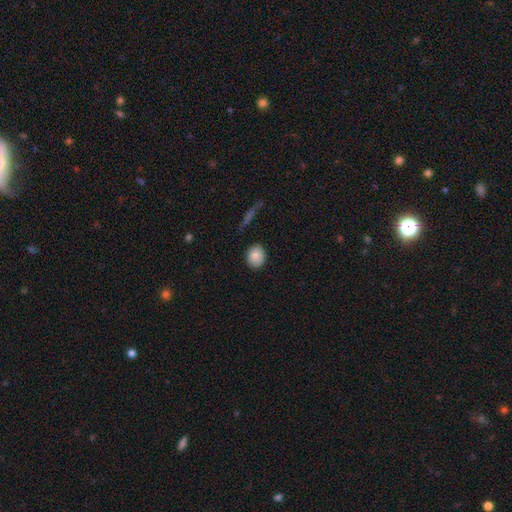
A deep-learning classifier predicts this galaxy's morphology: smooth_or_featured: smooth (p=0.87) [alt: star or artifact p=0.08]
how_rounded: round (p=0.57) [alt: in between p=0.41]
merging: none (p=0.86) [alt: minor disturbance p=0.10]